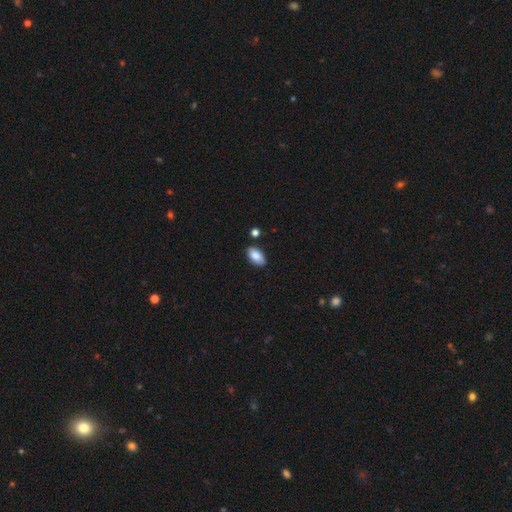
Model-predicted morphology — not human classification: Smooth or featured? Predicted: smooth (p=0.86). How rounded? Predicted: in between (p=0.94). Merging? Predicted: none (p=0.83).